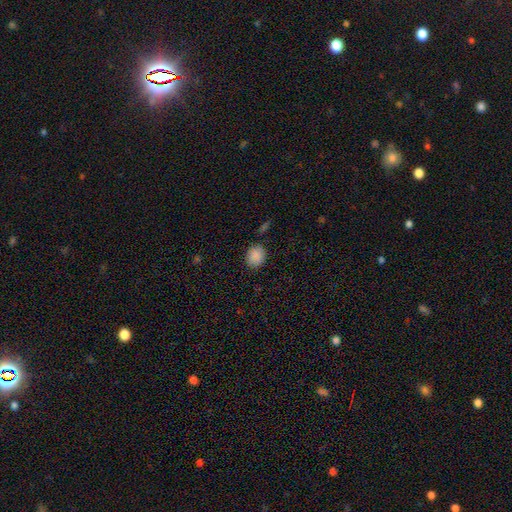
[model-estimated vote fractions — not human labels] smooth_or_featured: smooth (p=0.88) [alt: star or artifact p=0.09]
how_rounded: round (p=0.56) [alt: in between p=0.43]
merging: none (p=0.82) [alt: minor disturbance p=0.12]